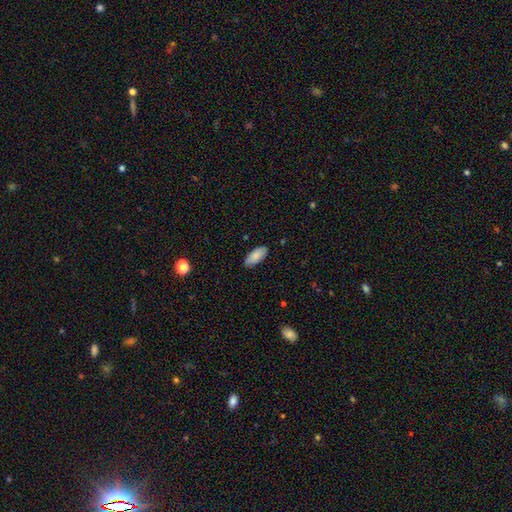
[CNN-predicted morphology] type=smooth (85%); roundness=in between (89%); merging=none (86%).